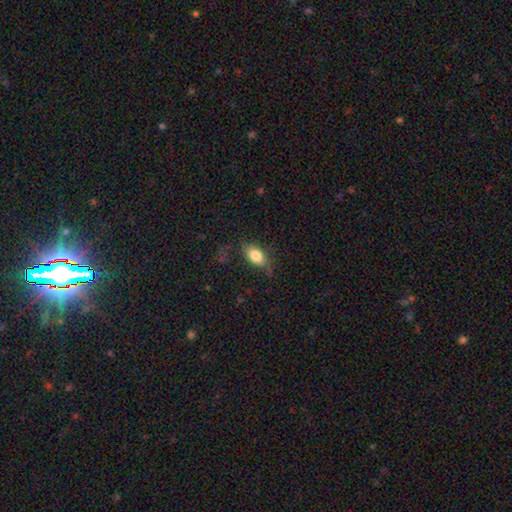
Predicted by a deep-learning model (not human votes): Overall: smooth (79%). How rounded: in between (87%). Merging: none (64%; minor disturbance 25%).